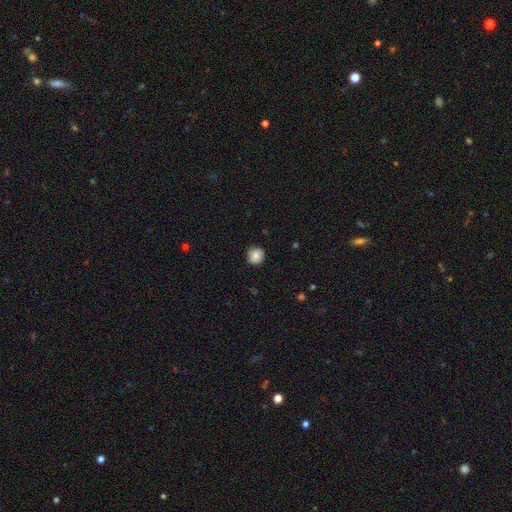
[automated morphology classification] Smooth or featured? Predicted: smooth (p=0.79). How rounded? Predicted: round (p=0.89). Merging? Predicted: none (p=0.86).